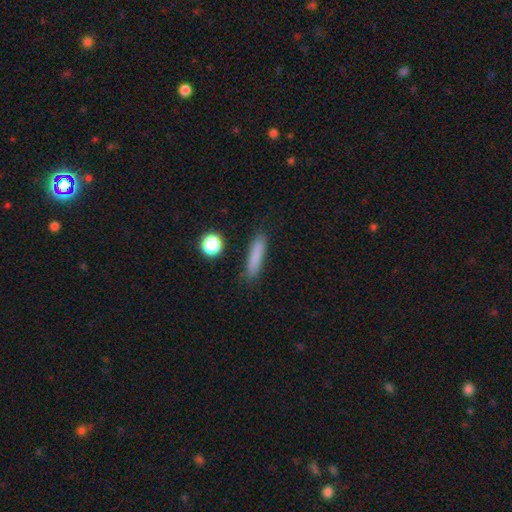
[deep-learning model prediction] A smooth galaxy with no disk features (82%) that is cigar-shaped (86%). Merging: none (87%).